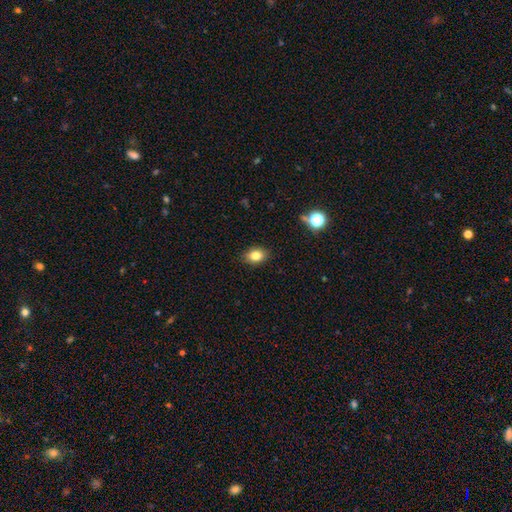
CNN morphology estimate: smooth-or-featured: smooth: 80% | star or artifact: 11% | featured or disk: 8%
  how-rounded: in between: 70% | round: 29% | cigar-shaped: 1%
  merging: none: 87% | minor disturbance: 9% | major disturbance: 2% | merger: 1%